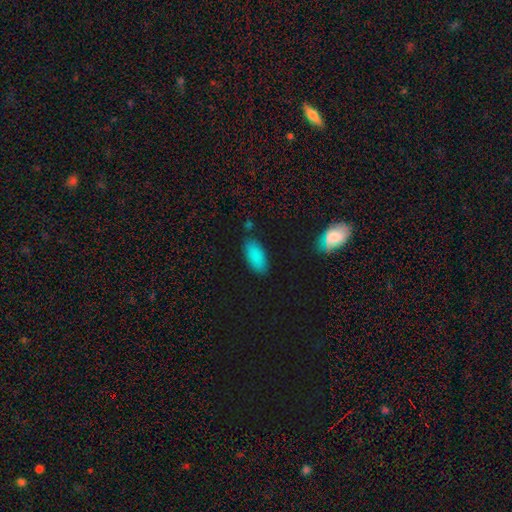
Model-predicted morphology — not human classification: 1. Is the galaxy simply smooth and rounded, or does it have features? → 84% smooth, 11% star or artifact, 5% featured or disk.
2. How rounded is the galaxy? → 90% in between, 8% cigar-shaped, 2% round.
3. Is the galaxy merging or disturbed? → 82% none, 12% minor disturbance, 3% merger, 3% major disturbance.